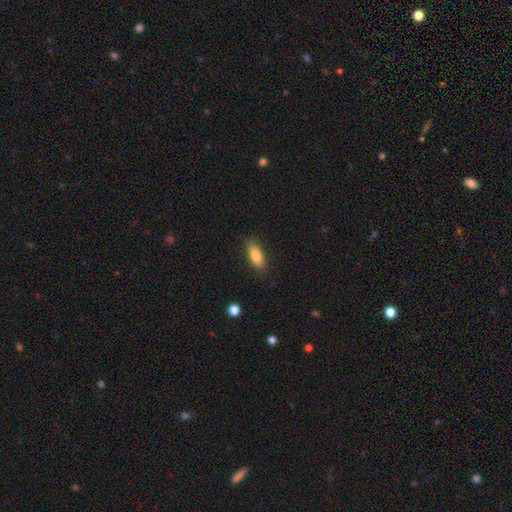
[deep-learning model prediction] Smooth or featured? smooth (82%)
How rounded? in between (78%)
Merging? none (85%)